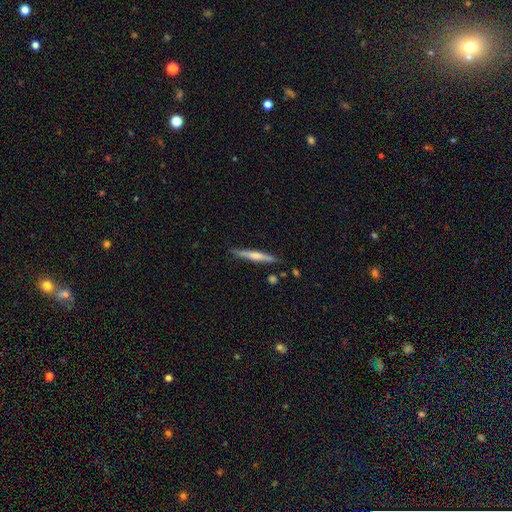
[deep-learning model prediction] Smooth or featured? Predicted: featured or disk (p=0.52). Edge-on disk? Predicted: yes (p=0.97). Edge-on bulge? Predicted: rounded (p=0.66). Merging? Predicted: none (p=0.87).